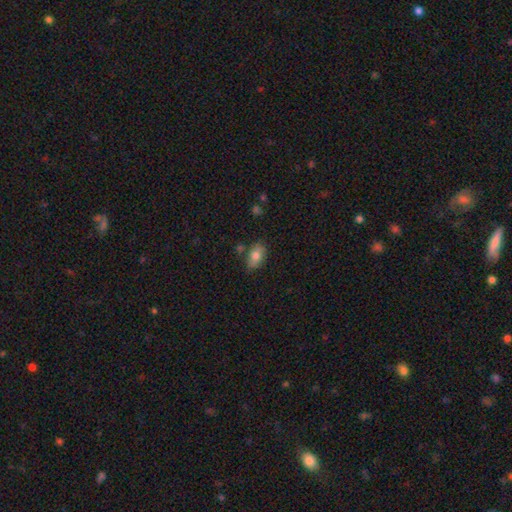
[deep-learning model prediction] Smooth or featured? smooth (77%)
How rounded? in between (89%)
Merging? none (75%)